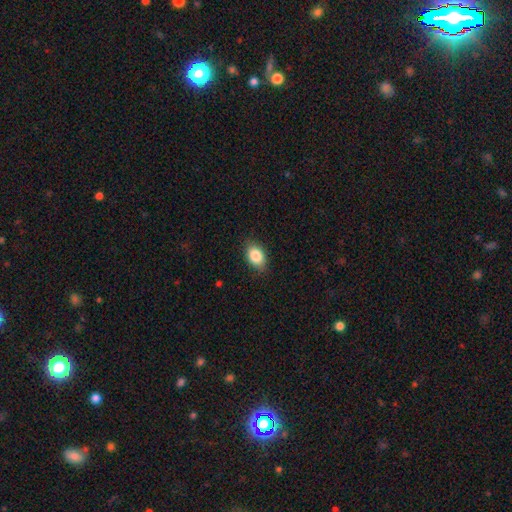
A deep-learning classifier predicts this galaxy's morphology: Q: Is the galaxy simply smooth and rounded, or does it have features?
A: smooth — 86%.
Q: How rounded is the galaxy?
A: in between — 84%.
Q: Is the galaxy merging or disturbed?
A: none — 85%.